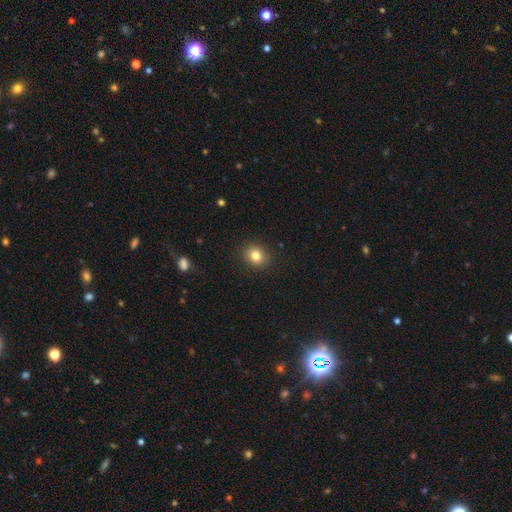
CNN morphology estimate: This is clearly a smooth galaxy (82%). How rounded: likely round (72%). Merging: clearly none (90%).